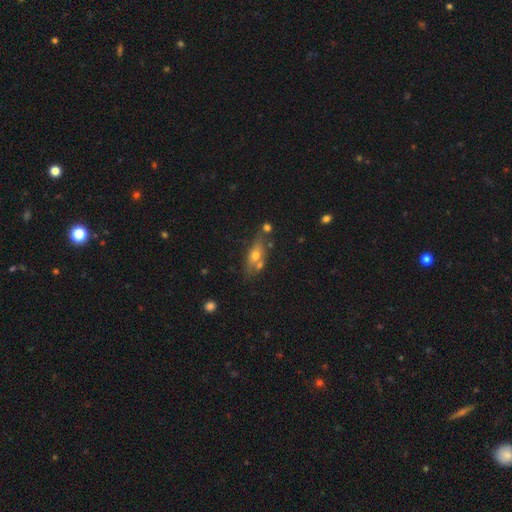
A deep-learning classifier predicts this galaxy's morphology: A smooth galaxy with no disk features (54%) that is in between round and cigar-shaped (67%).

Vote fractions:
- Smooth or featured? smooth: 54% / featured or disk: 37% / star or artifact: 10%
- How rounded? in between: 67% / cigar-shaped: 25% / round: 8%
- Merging? none: 56% / merger: 20% / minor disturbance: 18% / major disturbance: 6%